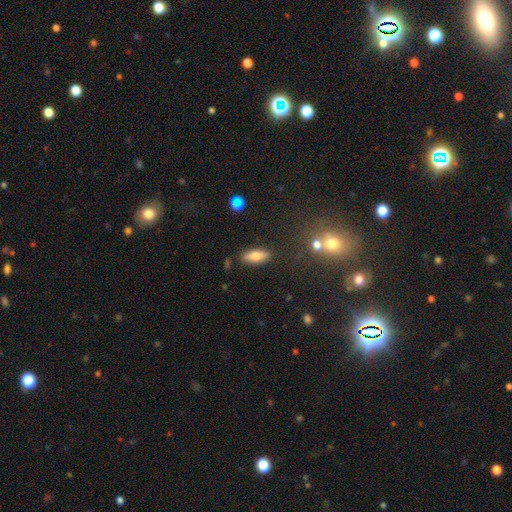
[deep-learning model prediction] This appears to be a smooth galaxy with no disk features (73%) that is in between round and cigar-shaped (67%). Merging: none (85%).